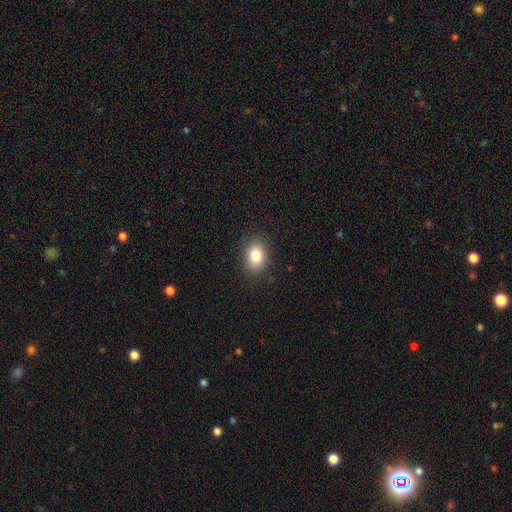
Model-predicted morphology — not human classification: A smooth galaxy with no disk features (84%) that is in between round and cigar-shaped (76%).

Vote fractions:
- Smooth or featured? smooth: 84% / star or artifact: 9% / featured or disk: 7%
- How rounded? in between: 76% / round: 23% / cigar-shaped: 1%
- Merging? none: 86% / minor disturbance: 10% / major disturbance: 3% / merger: 1%